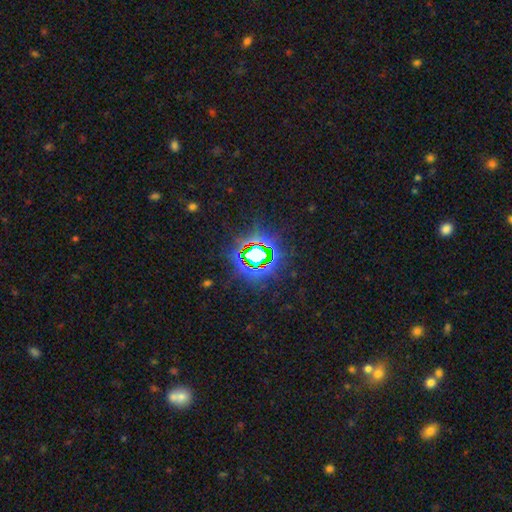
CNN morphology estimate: smooth-or-featured: star or artifact: 80% | smooth: 11% | featured or disk: 8%